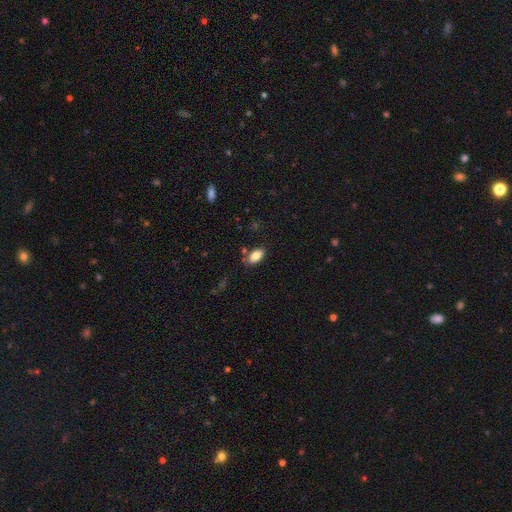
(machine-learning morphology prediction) Smooth or featured? smooth (85%)
How rounded? in between (93%)
Merging? none (81%)